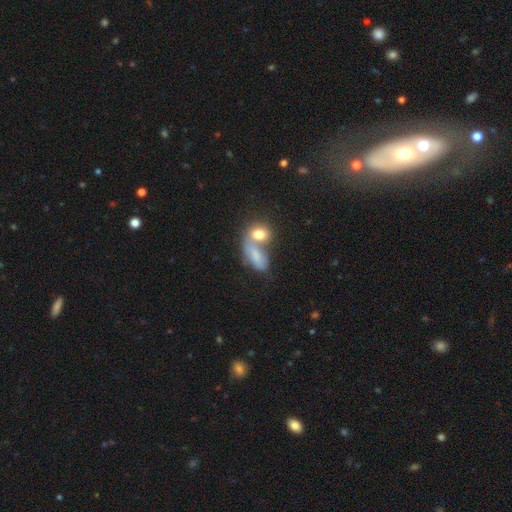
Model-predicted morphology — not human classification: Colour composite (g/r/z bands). It shows a smooth galaxy with no disk features (71%) that is in between round and cigar-shaped (81%). Merging: merger (56%).